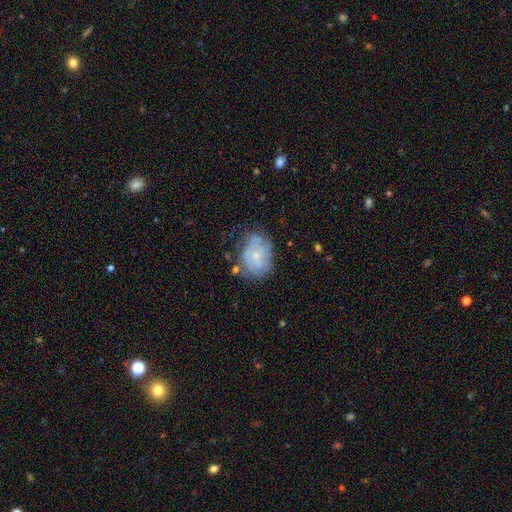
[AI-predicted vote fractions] This appears to be a featured or disk galaxy (63%) with no bar (71%), spiral arms (69%) and a small central bulge (67%). Merging: none (53%).